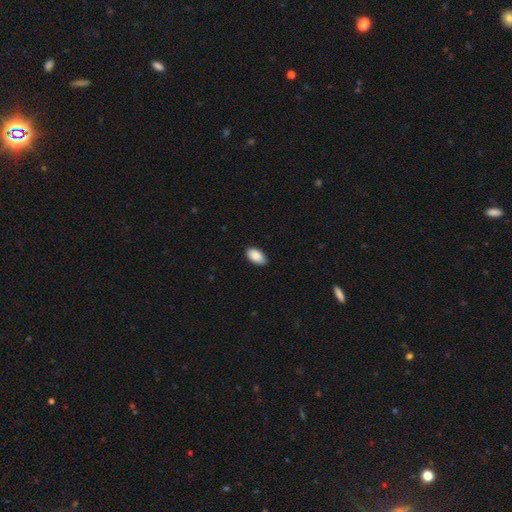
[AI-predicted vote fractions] The model was most divided on "merging": none: 86%, minor disturbance: 12%, major disturbance: 2%, merger: 1%. More confident: how rounded — in between (95%); smooth or featured — smooth (90%).